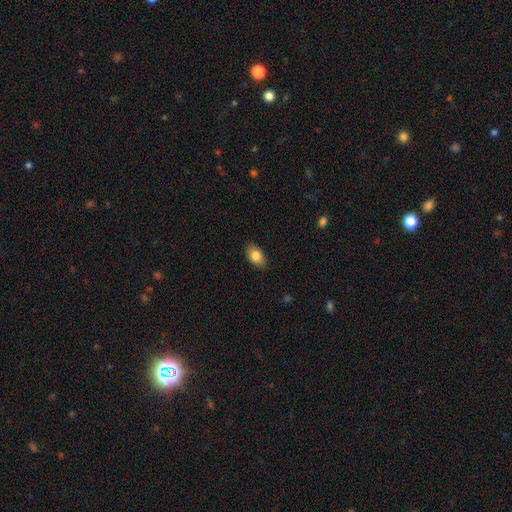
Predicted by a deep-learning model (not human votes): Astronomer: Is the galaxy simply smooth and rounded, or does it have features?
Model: smooth — 85%.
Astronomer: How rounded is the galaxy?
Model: in between — 90%.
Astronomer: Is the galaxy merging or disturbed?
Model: none — 88%.